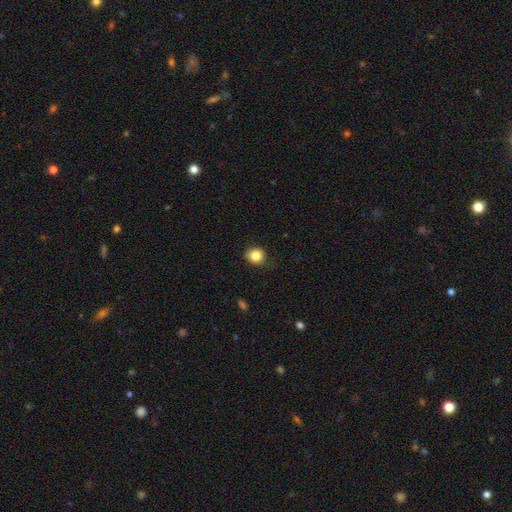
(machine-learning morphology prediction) Smooth or featured?
  - smooth: 84% *
  - star or artifact: 10%
  - featured or disk: 6%
How rounded?
  - round: 80% *
  - in between: 19%
  - cigar-shaped: 1%
Merging?
  - none: 83% *
  - minor disturbance: 13%
  - major disturbance: 3%
  - merger: 1%